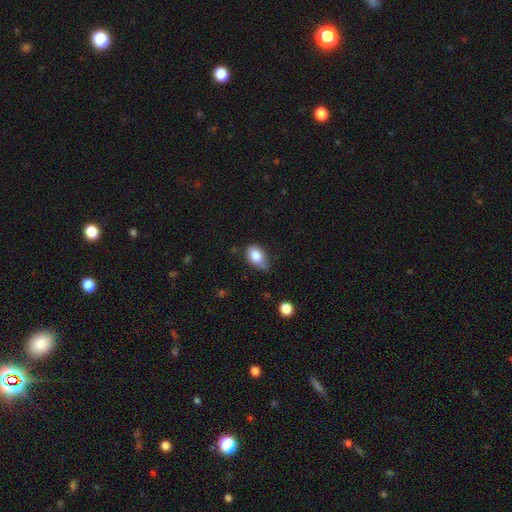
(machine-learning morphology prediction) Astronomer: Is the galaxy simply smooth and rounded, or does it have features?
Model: smooth — 84%.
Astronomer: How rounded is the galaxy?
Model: in between — 88%.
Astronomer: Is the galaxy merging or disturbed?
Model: none — 52% (runner-up: minor disturbance, 38%).